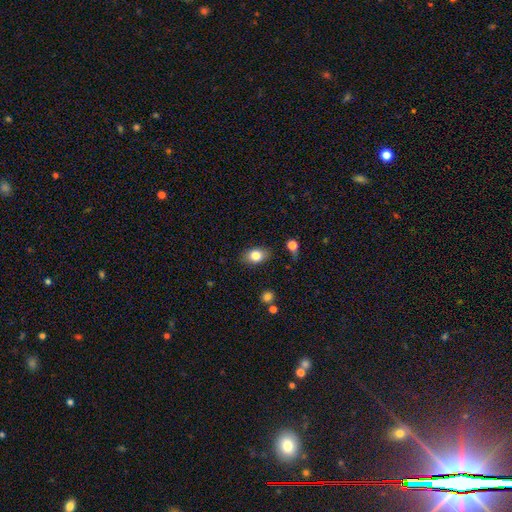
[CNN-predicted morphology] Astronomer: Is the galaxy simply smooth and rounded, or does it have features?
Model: smooth — 82%.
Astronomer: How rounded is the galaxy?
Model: in between — 75%.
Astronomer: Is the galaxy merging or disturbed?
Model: none — 82%.